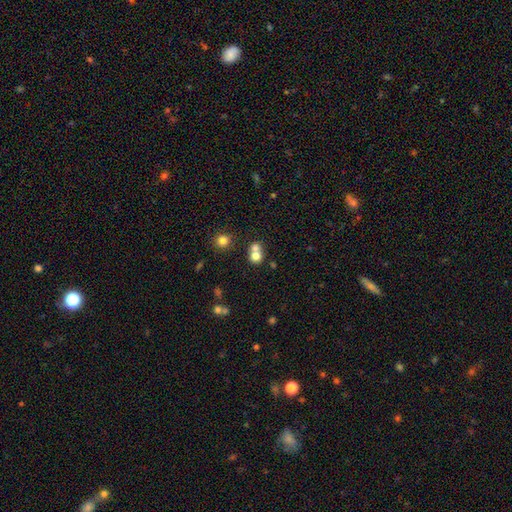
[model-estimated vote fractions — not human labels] Q: Smooth or featured?
A: smooth (74%); runner-up: featured or disk (13%)
Q: How rounded?
A: round (78%); runner-up: in between (21%)
Q: Merging?
A: merger (53%); runner-up: none (38%)